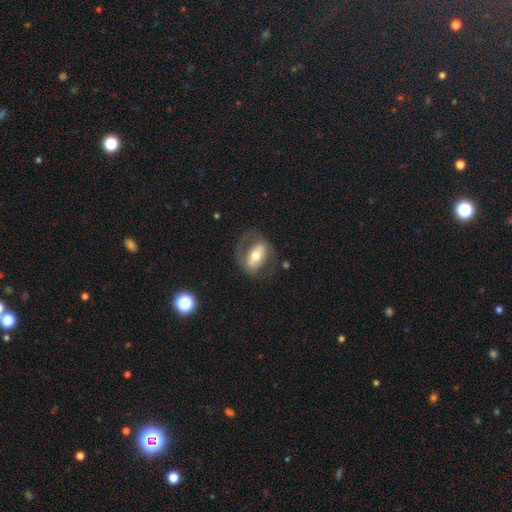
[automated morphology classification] This appears to be a featured or disk galaxy (56%) with a strong bar (41%), no spiral arms (54%) and a moderate central bulge (70%). Merging: none (59%).